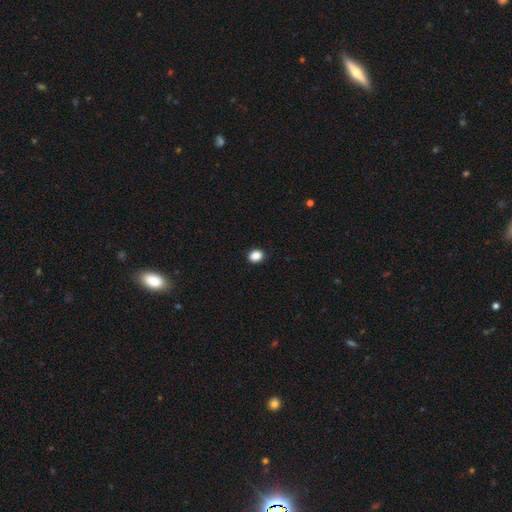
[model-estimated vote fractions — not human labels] A smooth galaxy with no disk features (88%) that is round (56%).

Vote fractions:
- Smooth or featured? smooth: 88% / star or artifact: 10% / featured or disk: 2%
- How rounded? round: 56% / in between: 43% / cigar-shaped: 1%
- Merging? none: 90% / minor disturbance: 7% / major disturbance: 2% / merger: 1%